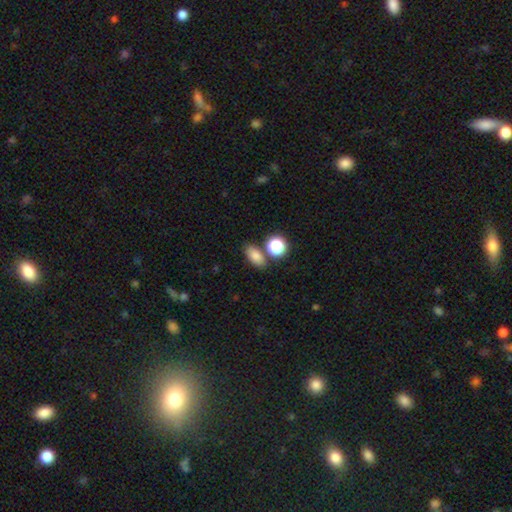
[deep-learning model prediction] Smooth or featured: smooth — 81% (star or artifact — 12%)
How rounded: in between — 82% (round — 14%)
Merging: none — 73% (merger — 13%)